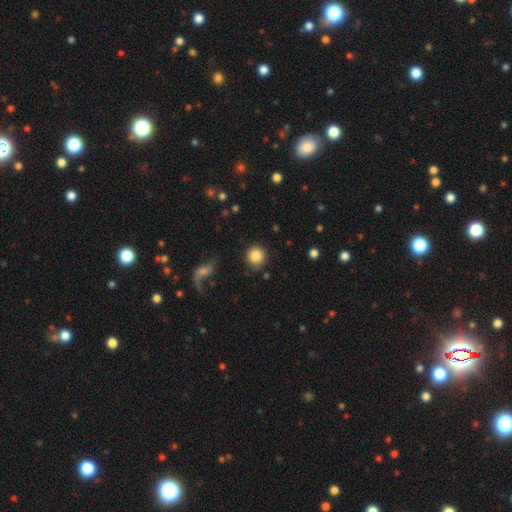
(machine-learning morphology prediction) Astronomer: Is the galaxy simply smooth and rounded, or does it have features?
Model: smooth — 84%.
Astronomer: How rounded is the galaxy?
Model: round — 93%.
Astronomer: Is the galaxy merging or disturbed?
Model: none — 85%.